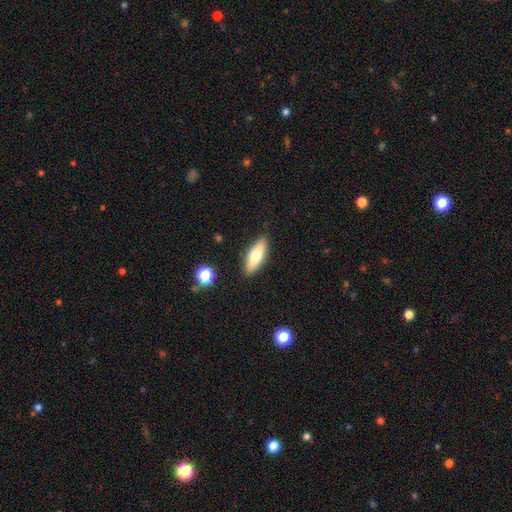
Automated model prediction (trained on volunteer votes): Morphology: type=smooth (69%); roundness=in between (64%); merging=none (87%).